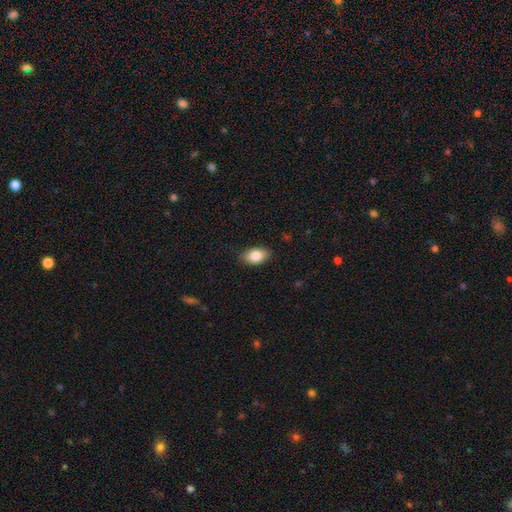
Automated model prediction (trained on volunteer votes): smooth_or_featured: smooth (p=0.84) [alt: featured or disk p=0.08]
how_rounded: in between (p=0.91) [alt: round p=0.07]
merging: none (p=0.86) [alt: minor disturbance p=0.11]